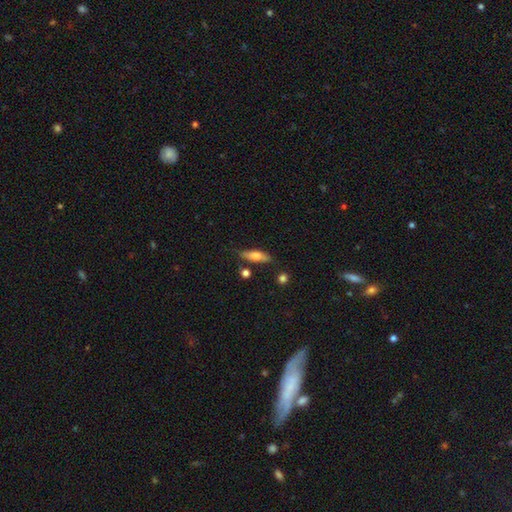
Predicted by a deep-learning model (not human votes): Morphology: type=smooth (69%); roundness=in between (50%); merging=none (75%).